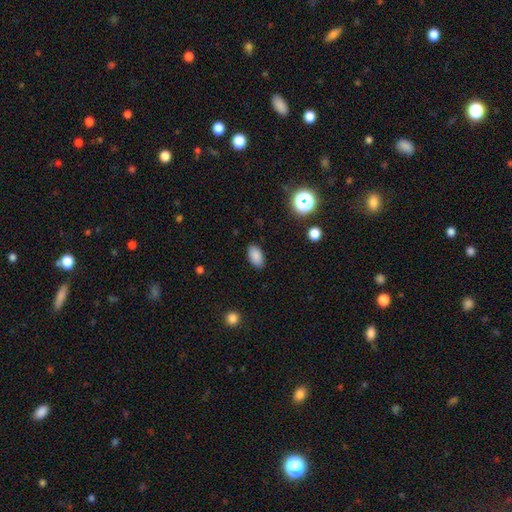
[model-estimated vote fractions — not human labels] Smooth or featured: smooth — 86% (star or artifact — 10%)
How rounded: in between — 92% (round — 6%)
Merging: none — 88% (minor disturbance — 9%)